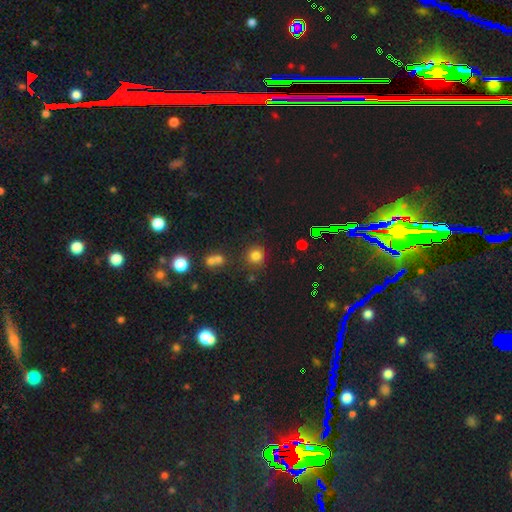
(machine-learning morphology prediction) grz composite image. It shows a smooth galaxy with no disk features (76%) that is round (91%). Merging: none (78%).